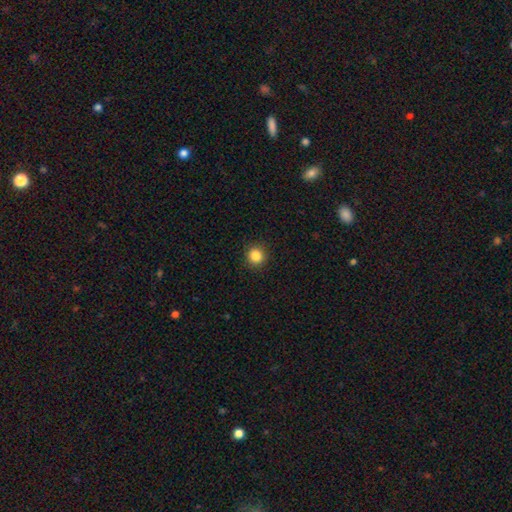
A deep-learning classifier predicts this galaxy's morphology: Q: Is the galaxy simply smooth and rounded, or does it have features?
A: smooth — 85%.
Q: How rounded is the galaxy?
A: round — 88%.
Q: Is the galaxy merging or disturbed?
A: none — 91%.